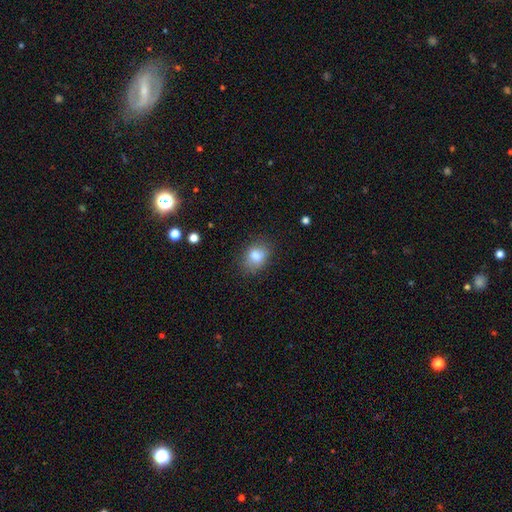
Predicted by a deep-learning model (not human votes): smooth-or-featured: smooth: 81% | star or artifact: 10% | featured or disk: 9%
  how-rounded: in between: 62% | round: 37% | cigar-shaped: 1%
  merging: none: 73% | minor disturbance: 19% | major disturbance: 6% | merger: 2%